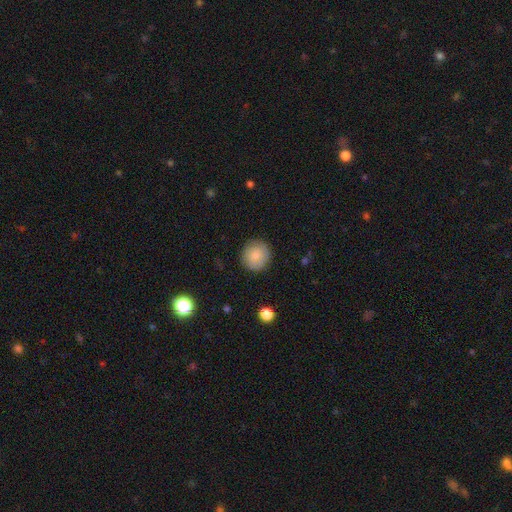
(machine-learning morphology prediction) A smooth galaxy with no disk features (77%) that is round (91%). Merging: none (86%).